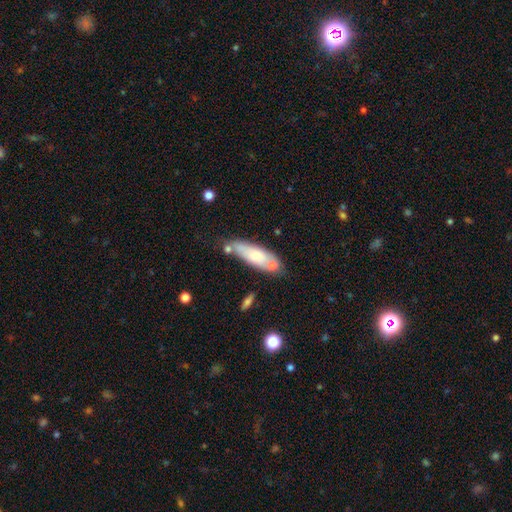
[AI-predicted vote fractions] Smooth or featured?
  - smooth: 63% *
  - featured or disk: 31%
  - star or artifact: 6%
How rounded?
  - in between: 52% *
  - cigar-shaped: 46%
  - round: 2%
Merging?
  - none: 56% *
  - minor disturbance: 21%
  - merger: 17%
  - major disturbance: 6%